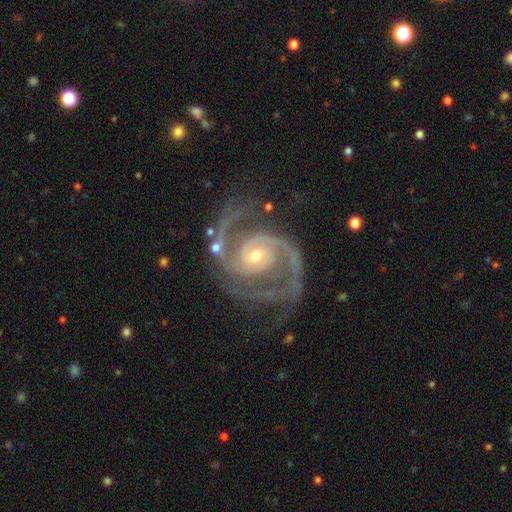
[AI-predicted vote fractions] This appears to be a featured or disk galaxy (94%) with no bar (62%), 2 (82%) medium (52%) spiral arms (99%) and a moderate central bulge (49%). Merging: none (71%).